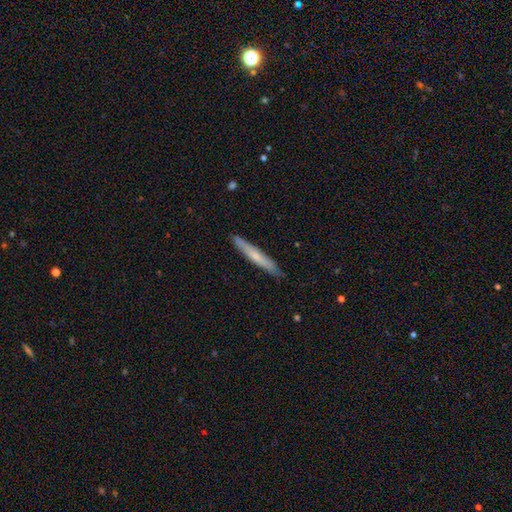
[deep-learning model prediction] A smooth galaxy with no disk features (55%) that is cigar-shaped (96%).

Vote fractions:
- Smooth or featured? smooth: 55% / featured or disk: 40% / star or artifact: 6%
- How rounded? cigar-shaped: 96% / in between: 3% / round: 1%
- Merging? none: 89% / minor disturbance: 9% / major disturbance: 1% / merger: 1%